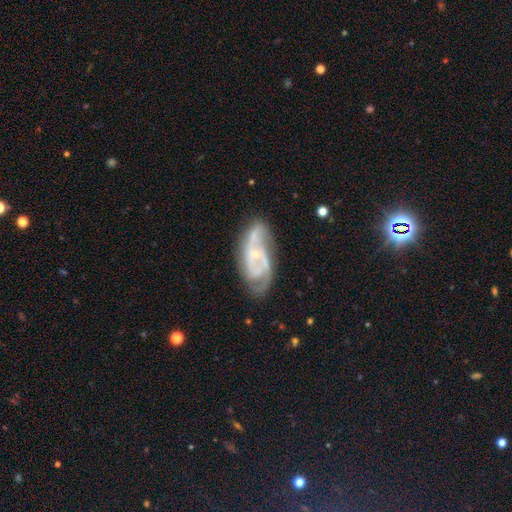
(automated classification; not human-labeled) The model was most divided on "spiral winding": medium: 44%, tight: 43%, loose: 13%. Remaining: edge-on disk — no (95%); spiral arms — yes (94%); smooth or featured — featured or disk (83%); bulge size — small (74%); merging — none (65%); bar — no (56%); spiral arm count — 2 (49%).